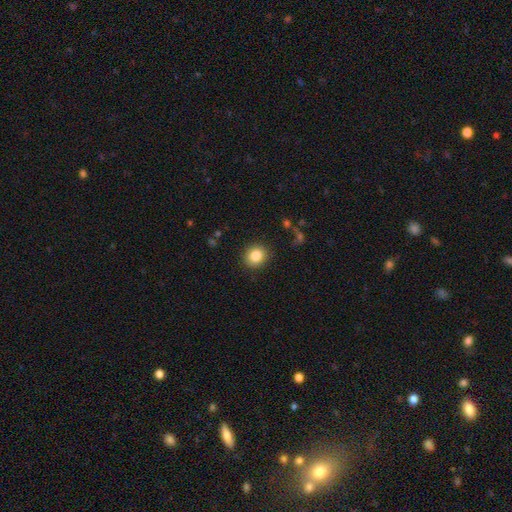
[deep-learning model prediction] smooth 84%, star or artifact 10%, featured or disk 6%. Down the decision tree: how rounded — round (81%); merging — none (89%).